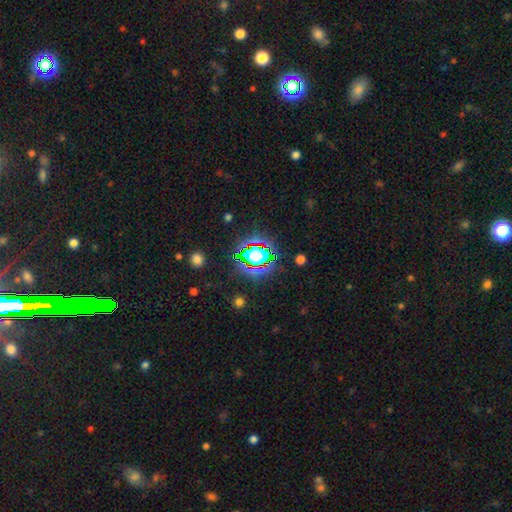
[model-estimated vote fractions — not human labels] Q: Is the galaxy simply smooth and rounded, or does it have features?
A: star or artifact — 62%.